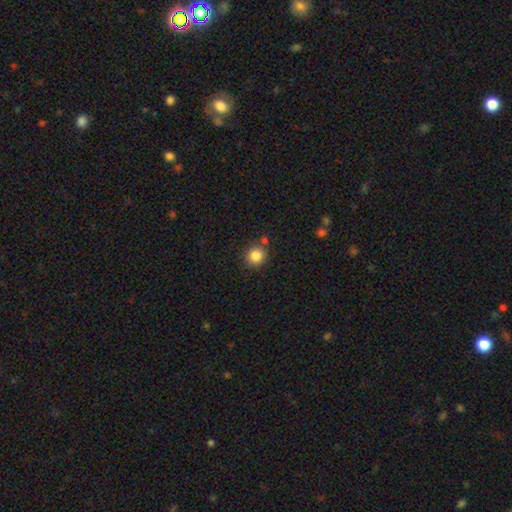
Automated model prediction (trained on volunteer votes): Q: Smooth or featured?
A: smooth (85%); runner-up: star or artifact (10%)
Q: How rounded?
A: round (91%); runner-up: in between (8%)
Q: Merging?
A: none (77%); runner-up: minor disturbance (10%)